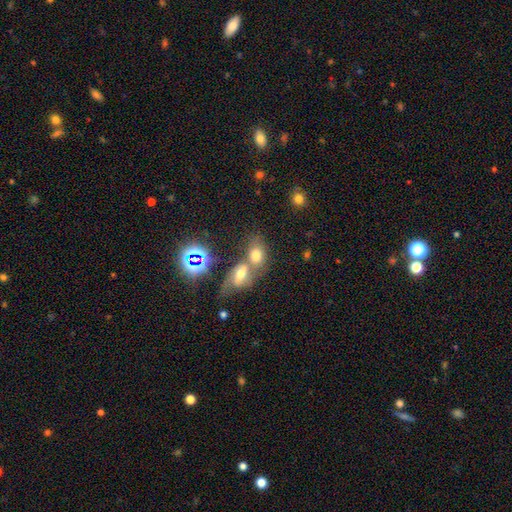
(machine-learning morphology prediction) Q: Smooth or featured?
A: smooth (63%); runner-up: star or artifact (19%)
Q: How rounded?
A: in between (70%); runner-up: round (27%)
Q: Merging?
A: merger (57%); runner-up: none (29%)